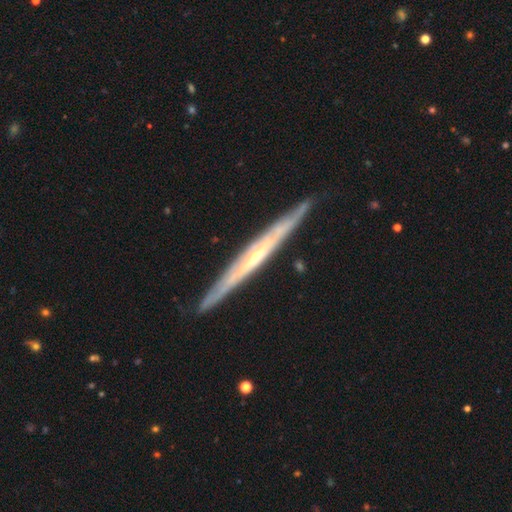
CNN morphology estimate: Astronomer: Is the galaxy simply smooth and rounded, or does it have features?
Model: featured or disk — 79%.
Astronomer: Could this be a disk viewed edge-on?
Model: yes — 93%.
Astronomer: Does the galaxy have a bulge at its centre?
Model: none — 50% (runner-up: rounded, 45%).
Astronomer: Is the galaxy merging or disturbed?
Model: none — 87%.